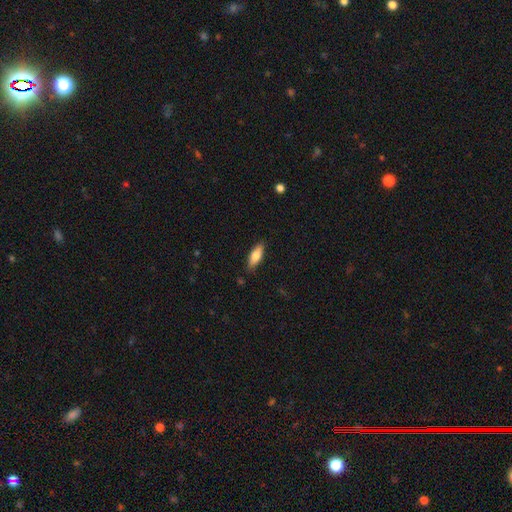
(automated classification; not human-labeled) Morphology: type=smooth (72%); roundness=in between (66%); merging=none (85%).